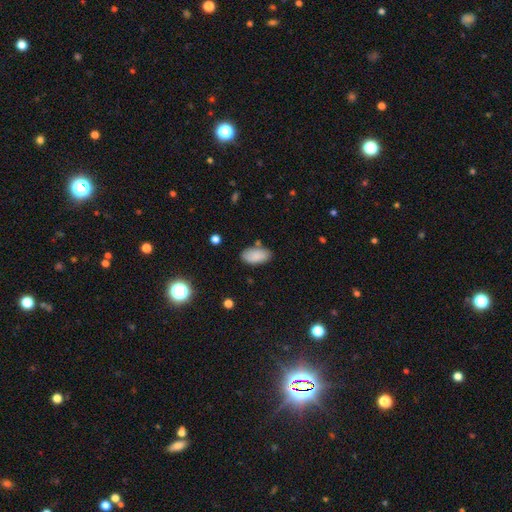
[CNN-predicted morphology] This appears to be a smooth galaxy with no disk features (87%) that is in between round and cigar-shaped (94%). Merging: none (77%).